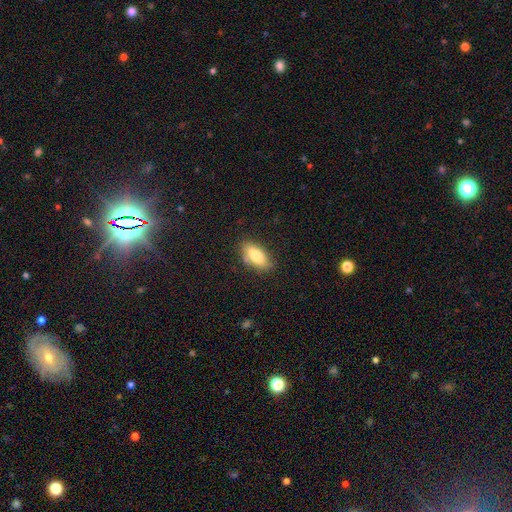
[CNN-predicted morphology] A smooth galaxy with no disk features (79%) that is in between round and cigar-shaped (85%). Merging: none (78%).